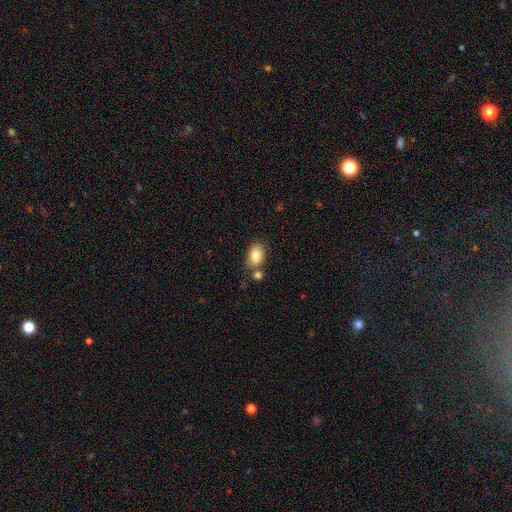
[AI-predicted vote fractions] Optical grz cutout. It shows a smooth galaxy with no disk features (84%) that is in between round and cigar-shaped (86%). Merging: none (67%).